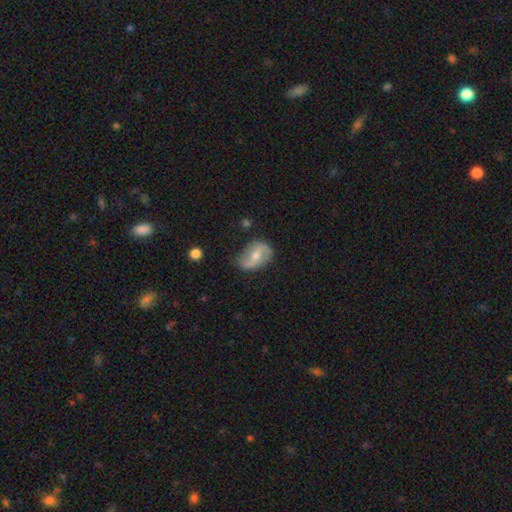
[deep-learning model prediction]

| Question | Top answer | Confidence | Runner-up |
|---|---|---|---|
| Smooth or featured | featured or disk | 65% | smooth (29%) |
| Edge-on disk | no | 95% | yes (5%) |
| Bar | weak | 41% | no (37%) |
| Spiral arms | yes | 84% | no (16%) |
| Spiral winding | loose | 61% | medium (29%) |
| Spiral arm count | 2 | 88% | can't tell (6%) |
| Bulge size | moderate | 63% | small (30%) |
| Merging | none | 70% | minor disturbance (22%) |